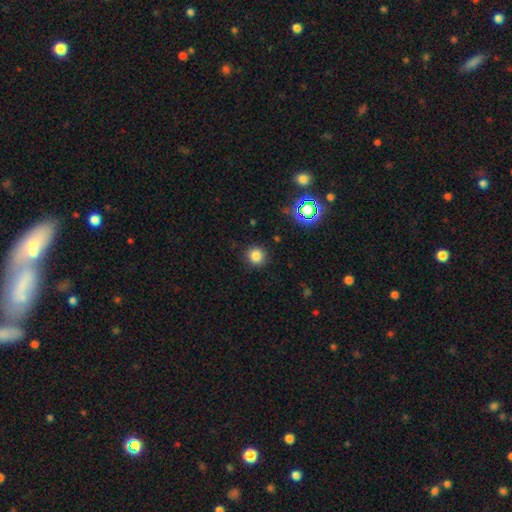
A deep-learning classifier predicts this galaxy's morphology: This appears to be a smooth galaxy with no disk features (81%) that is round (92%). Merging: none (89%).